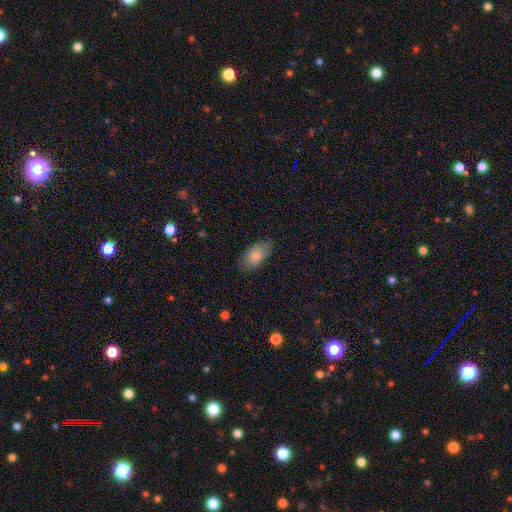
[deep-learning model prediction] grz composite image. It shows a smooth galaxy with no disk features (78%) that is in between round and cigar-shaped (92%). Merging: none (79%).